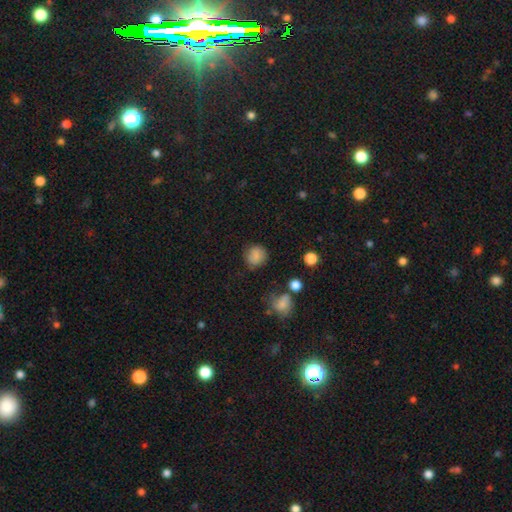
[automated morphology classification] This is clearly a smooth galaxy (83%). How rounded: clearly round (85%). Merging: likely none (80%).